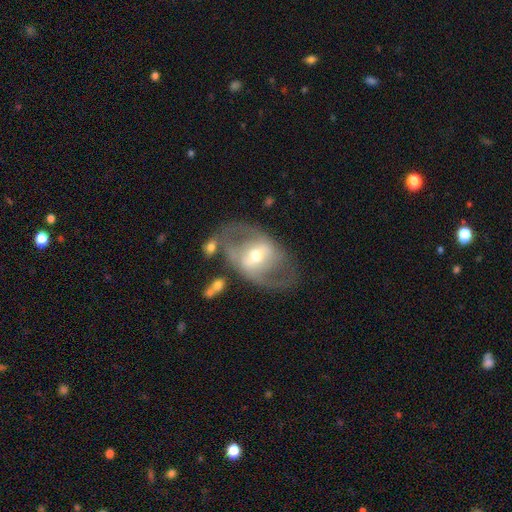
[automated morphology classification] Smooth or featured? featured or disk (76%)
Edge-on disk? no (93%)
Bar? strong (43%)
Spiral arms? yes (64%)
Bulge size? moderate (60%)
Merging? none (64%)